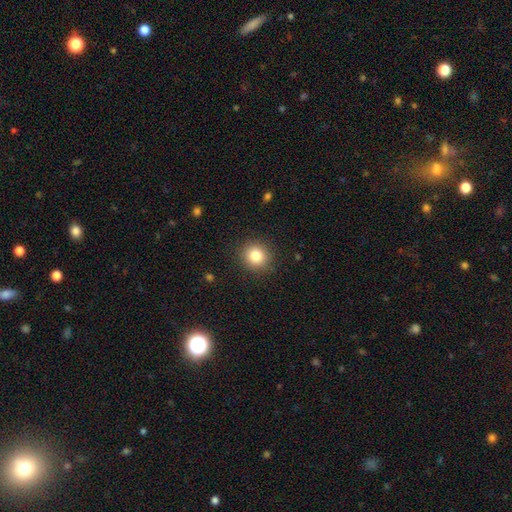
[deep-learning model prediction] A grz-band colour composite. It shows a smooth galaxy with no disk features (83%) that is round (89%). Merging: none (90%).